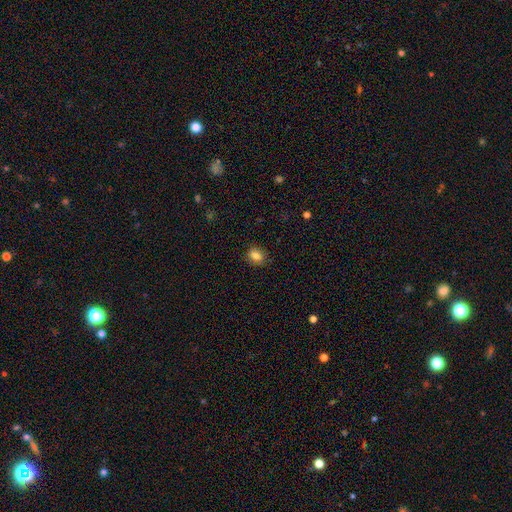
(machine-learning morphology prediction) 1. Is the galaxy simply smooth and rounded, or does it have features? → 82% smooth, 10% star or artifact, 7% featured or disk.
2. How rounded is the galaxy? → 65% in between, 33% round, 2% cigar-shaped.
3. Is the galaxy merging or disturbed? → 84% none, 12% minor disturbance, 3% major disturbance, 1% merger.